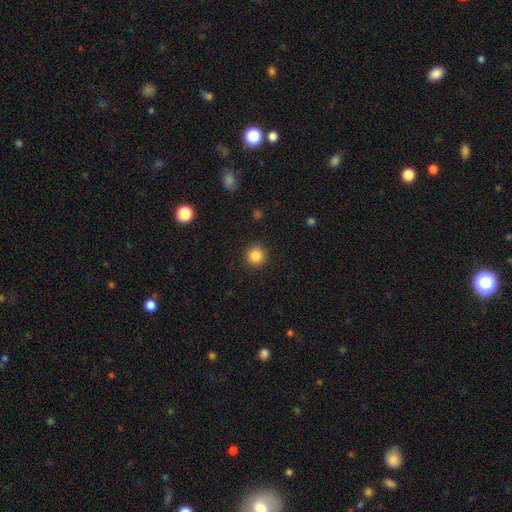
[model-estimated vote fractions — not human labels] The model was most divided on "smooth or featured": smooth: 86%, star or artifact: 10%, featured or disk: 4%. More confident: how rounded — round (94%); merging — none (91%).